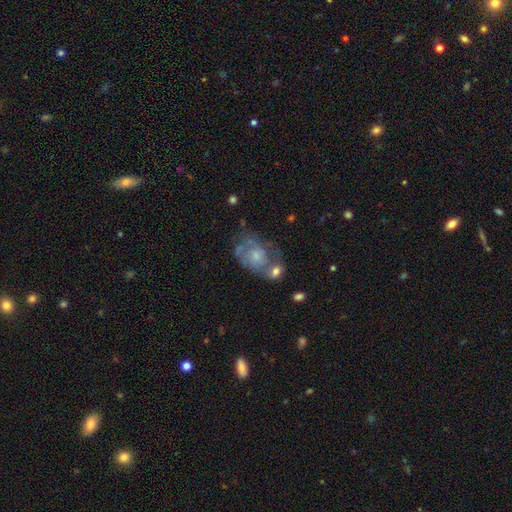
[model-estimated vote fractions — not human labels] This appears to be a featured or disk galaxy (50%). Merging: merger (28%, tied with none).